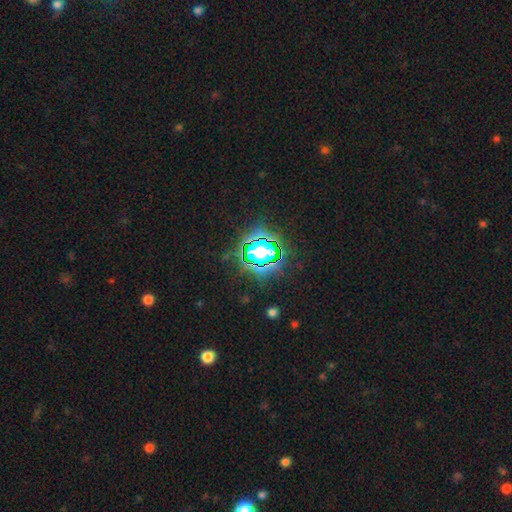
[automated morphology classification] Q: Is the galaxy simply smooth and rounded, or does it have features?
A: star or artifact — 84%.